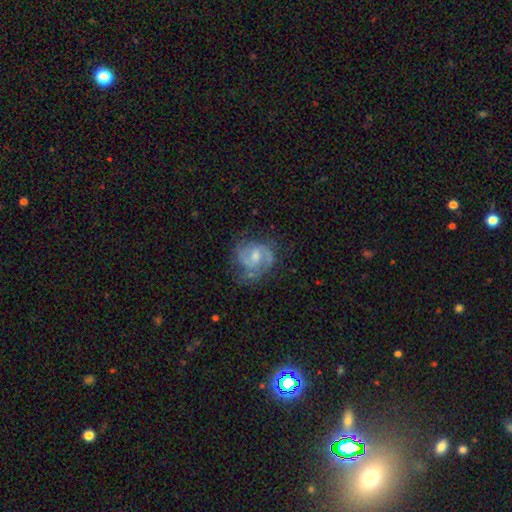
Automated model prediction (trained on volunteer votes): The model was most divided on "bulge size": moderate: 48%, small: 42%, none: 6%, large: 3%, dominant: 1%. More confident: edge-on disk — no (98%); spiral arms — yes (95%); smooth or featured — featured or disk (83%); spiral arm count — 2 (77%); merging — none (65%); spiral winding — medium (52%); bar — weak (51%).